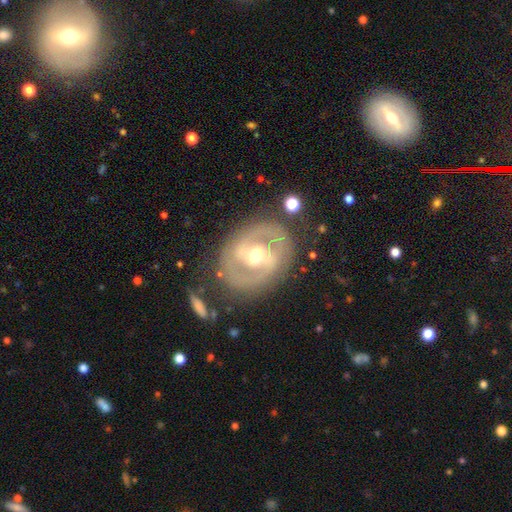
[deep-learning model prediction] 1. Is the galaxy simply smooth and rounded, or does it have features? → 85% featured or disk, 10% smooth, 5% star or artifact.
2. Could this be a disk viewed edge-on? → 97% no, 3% yes.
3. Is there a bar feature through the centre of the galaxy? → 45% weak, 33% strong, 22% no.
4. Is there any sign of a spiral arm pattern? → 88% yes, 12% no.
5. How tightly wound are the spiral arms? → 46% medium, 43% tight, 12% loose.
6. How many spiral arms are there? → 86% 2, 7% can't tell, 3% 3, 2% 1, 1% 4, 1% more than 4.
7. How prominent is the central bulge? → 69% moderate, 19% small, 10% large, 1% none, 1% dominant.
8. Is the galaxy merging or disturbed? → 78% none, 13% minor disturbance, 6% major disturbance, 3% merger.